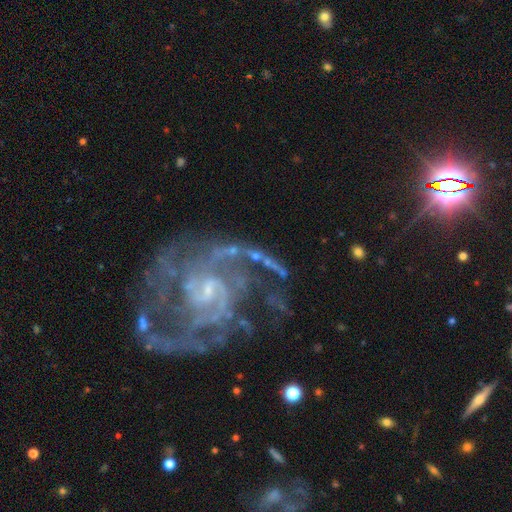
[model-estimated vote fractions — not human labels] Smooth or featured: featured or disk — 78% (smooth — 11%)
Edge-on disk: no — 92% (yes — 8%)
Bar: weak — 42% (no — 33%)
Spiral arms: yes — 89% (no — 11%)
Spiral winding: medium — 43% (loose — 31%)
Spiral arm count: 2 — 61% (can't tell — 14%)
Bulge size: small — 63% (moderate — 21%)
Merging: none — 41% (major disturbance — 23%)